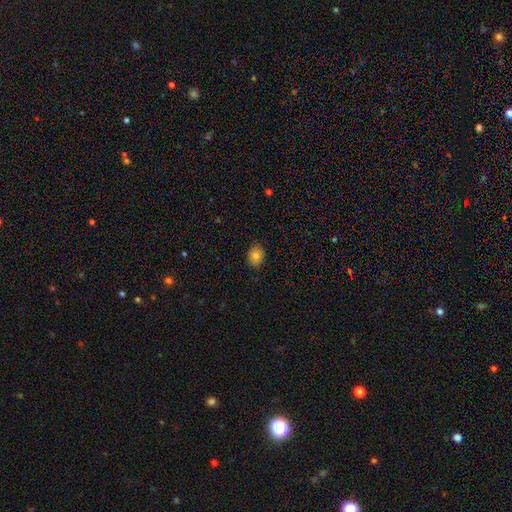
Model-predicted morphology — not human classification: Smooth or featured? smooth (80%)
How rounded? round (54%)
Merging? none (87%)